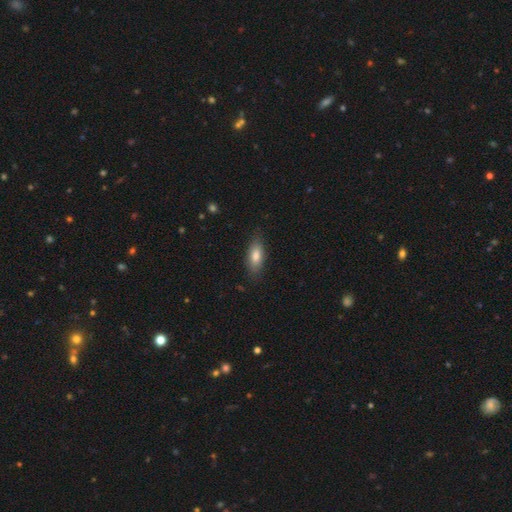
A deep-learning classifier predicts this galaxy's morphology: Smooth or featured: smooth — 79% (featured or disk — 14%)
How rounded: in between — 77% (cigar-shaped — 20%)
Merging: none — 82% (minor disturbance — 14%)